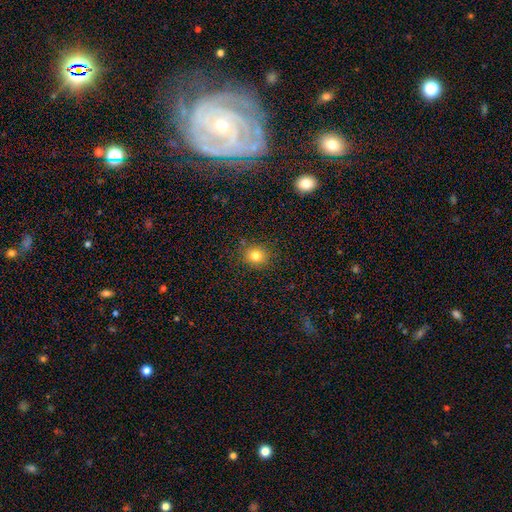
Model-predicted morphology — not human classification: Smooth or featured: smooth — 81% (star or artifact — 13%)
How rounded: round — 80% (in between — 19%)
Merging: none — 87% (minor disturbance — 8%)